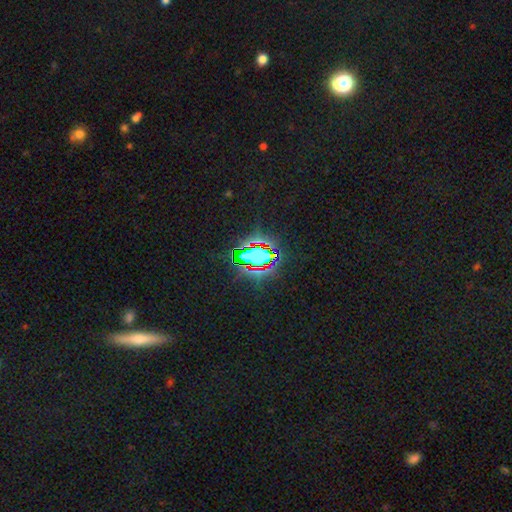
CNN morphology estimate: Smooth or featured?
  - star or artifact: 69% *
  - smooth: 19%
  - featured or disk: 12%